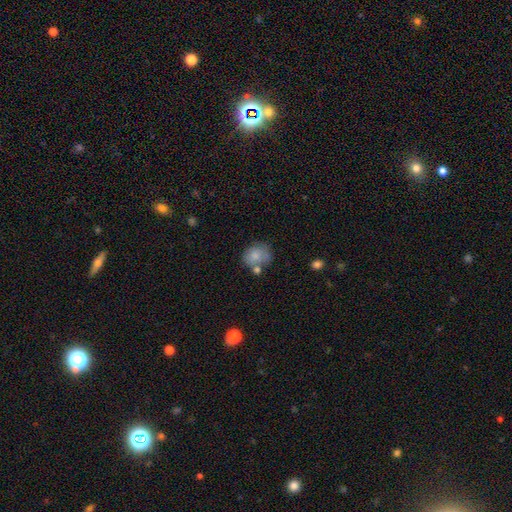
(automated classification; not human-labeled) Smooth or featured? Predicted: smooth (p=0.78). How rounded? Predicted: round (p=0.59). Merging? Predicted: none (p=0.52).